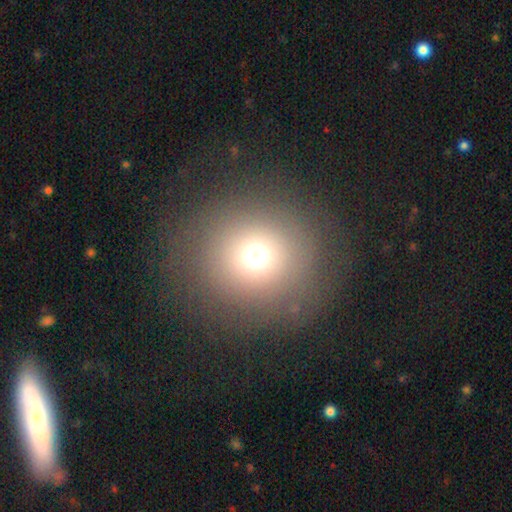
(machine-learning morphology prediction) Smooth or featured? smooth (70%)
How rounded? round (90%)
Merging? none (85%)